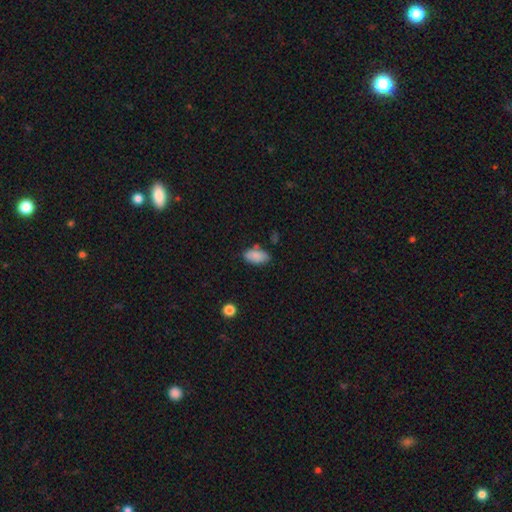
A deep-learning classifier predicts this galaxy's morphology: Q: Smooth or featured?
A: smooth (85%); runner-up: star or artifact (8%)
Q: How rounded?
A: in between (93%); runner-up: round (4%)
Q: Merging?
A: none (69%); runner-up: minor disturbance (20%)